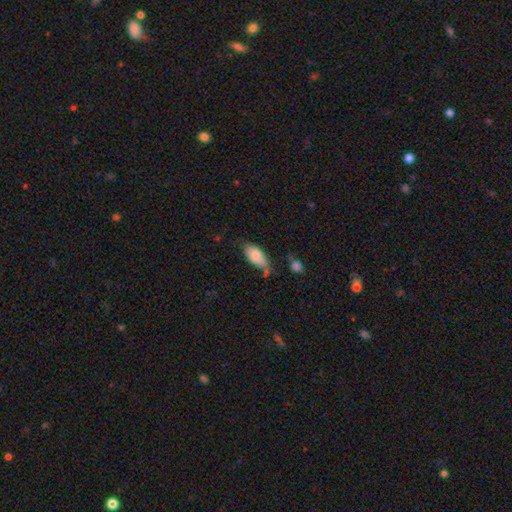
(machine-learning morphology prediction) Overall: smooth (80%). How rounded: in between (89%). Merging: none (49%; minor disturbance 32%).